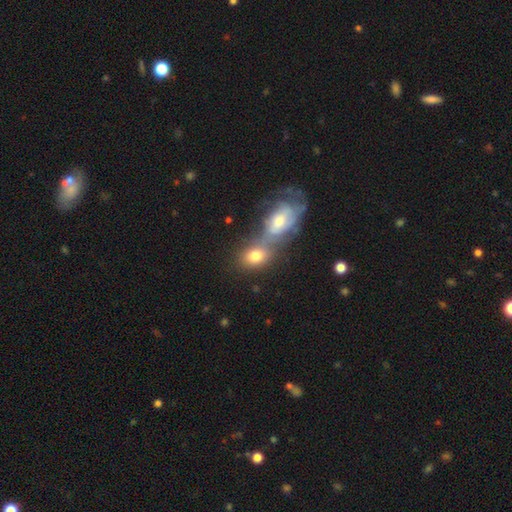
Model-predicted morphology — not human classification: This is likely a smooth galaxy (69%). How rounded: likely in between (71%). Merging: possibly merger (55%).